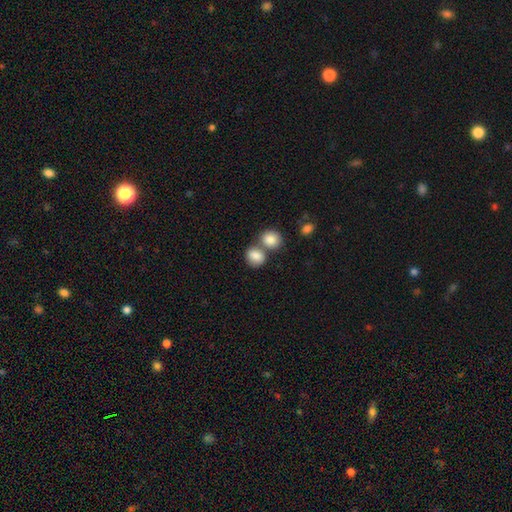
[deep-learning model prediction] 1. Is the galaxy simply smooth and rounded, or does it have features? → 85% smooth, 8% star or artifact, 8% featured or disk.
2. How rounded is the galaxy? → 58% round, 41% in between, 1% cigar-shaped.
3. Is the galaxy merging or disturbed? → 49% merger, 39% none, 9% minor disturbance, 3% major disturbance.